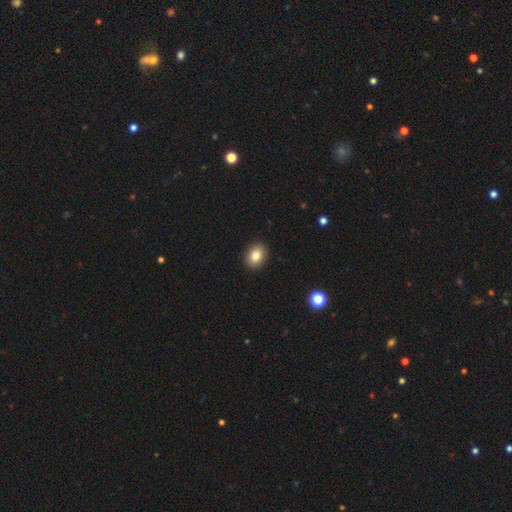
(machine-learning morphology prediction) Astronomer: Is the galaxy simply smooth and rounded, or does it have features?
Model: smooth — 83%.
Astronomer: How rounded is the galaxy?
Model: in between — 64%.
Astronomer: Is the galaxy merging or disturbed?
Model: none — 91%.